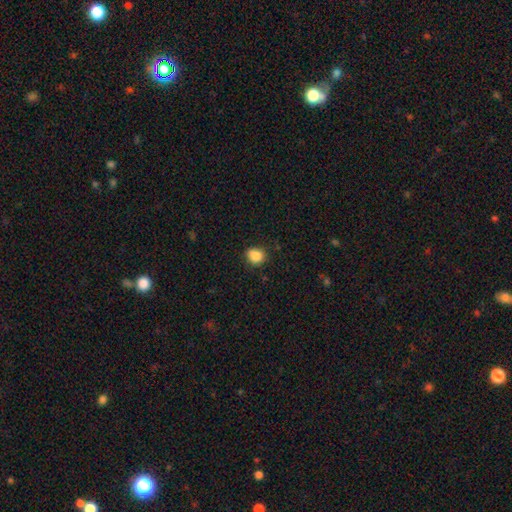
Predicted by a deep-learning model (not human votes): A smooth galaxy with no disk features (86%) that is round (69%). Merging: none (76%).